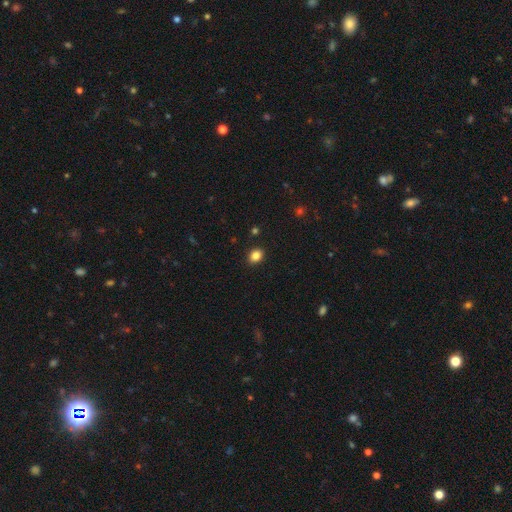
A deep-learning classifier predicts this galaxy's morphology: Q: Smooth or featured?
A: smooth (85%); runner-up: star or artifact (11%)
Q: How rounded?
A: in between (54%); runner-up: round (45%)
Q: Merging?
A: none (90%); runner-up: minor disturbance (7%)